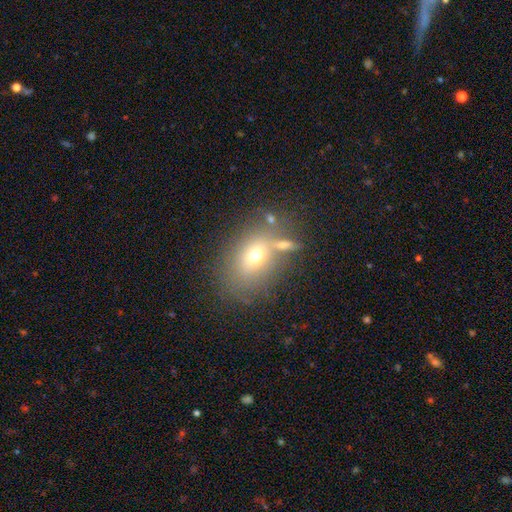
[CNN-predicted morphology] A smooth galaxy with no disk features (60%) that is in between round and cigar-shaped (65%).

Vote fractions:
- Smooth or featured? smooth: 60% / featured or disk: 22% / star or artifact: 18%
- How rounded? in between: 65% / round: 33% / cigar-shaped: 2%
- Merging? none: 57% / merger: 21% / minor disturbance: 14% / major disturbance: 7%